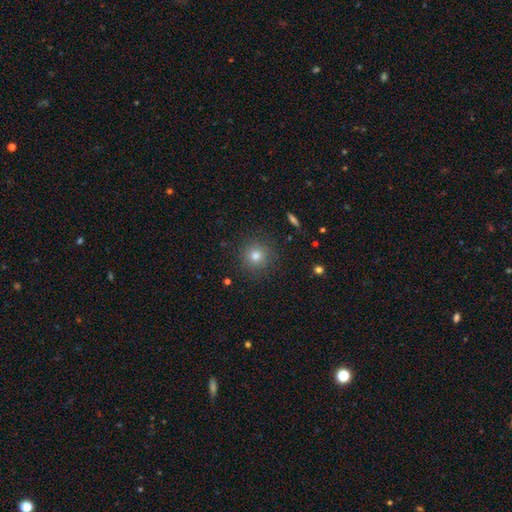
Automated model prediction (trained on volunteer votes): smooth 77%, star or artifact 15%, featured or disk 8%. Down the decision tree: how rounded — round (94%); merging — none (89%).